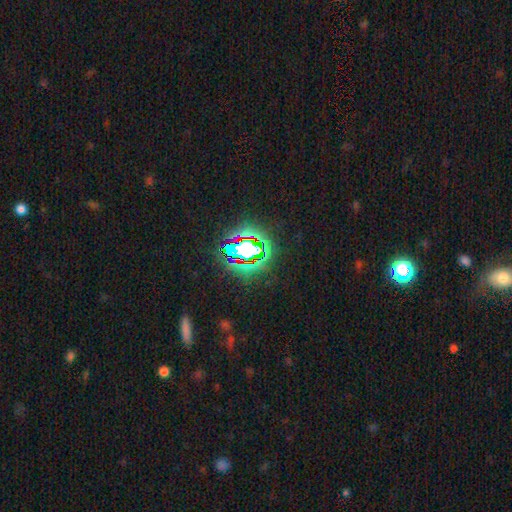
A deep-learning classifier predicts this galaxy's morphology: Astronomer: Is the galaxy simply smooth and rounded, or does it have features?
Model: star or artifact — 78%.